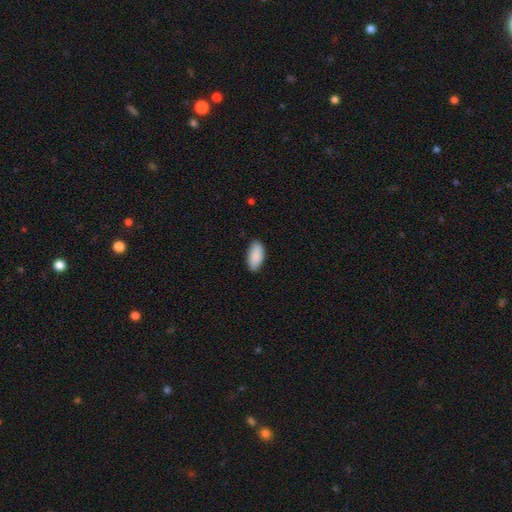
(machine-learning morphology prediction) Smooth or featured? Predicted: smooth (p=0.90). How rounded? Predicted: in between (p=0.93). Merging? Predicted: none (p=0.84).